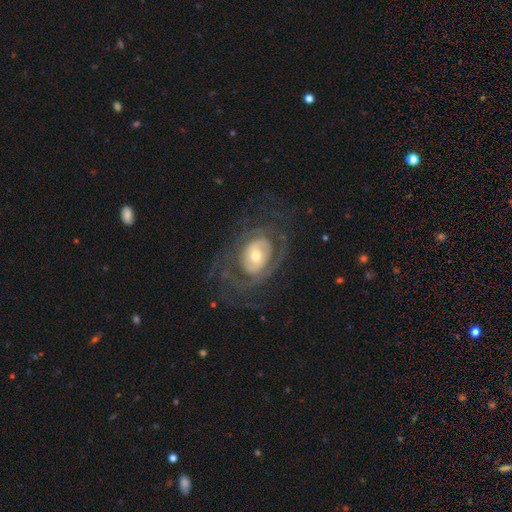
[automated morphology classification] Smooth or featured: featured or disk — 78% (smooth — 16%)
Edge-on disk: no — 95% (yes — 5%)
Bar: no — 65% (weak — 26%)
Spiral arms: yes — 75% (no — 25%)
Spiral winding: tight — 55% (medium — 29%)
Spiral arm count: can't tell — 46% (2 — 29%)
Bulge size: moderate — 57% (small — 30%)
Merging: none — 63% (major disturbance — 19%)